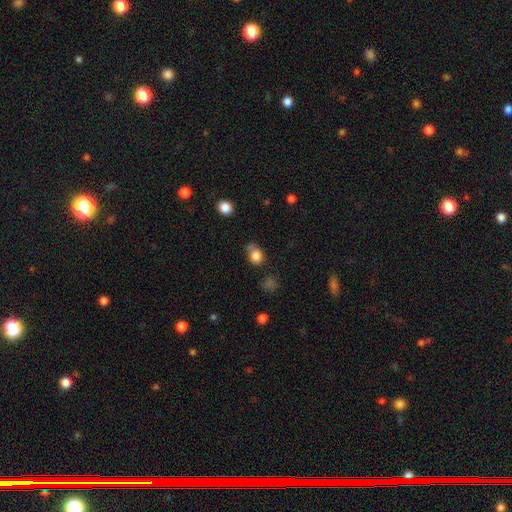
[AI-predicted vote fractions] Smooth or featured?
  - smooth: 83% *
  - star or artifact: 11%
  - featured or disk: 6%
How rounded?
  - round: 61% *
  - in between: 38%
  - cigar-shaped: 1%
Merging?
  - none: 54% *
  - minor disturbance: 27%
  - merger: 10%
  - major disturbance: 9%